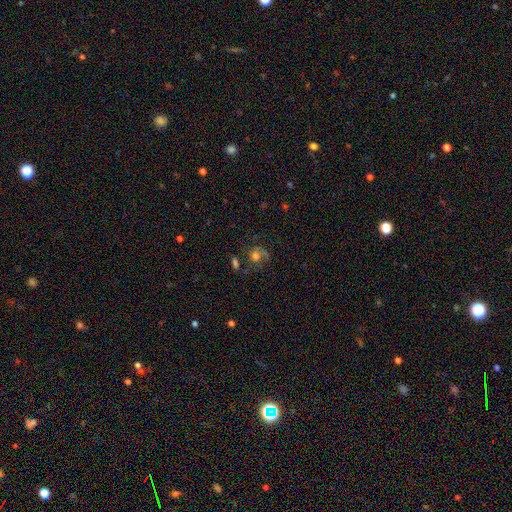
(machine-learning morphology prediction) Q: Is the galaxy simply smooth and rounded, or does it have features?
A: smooth — 45%.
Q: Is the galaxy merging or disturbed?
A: none — 44%.